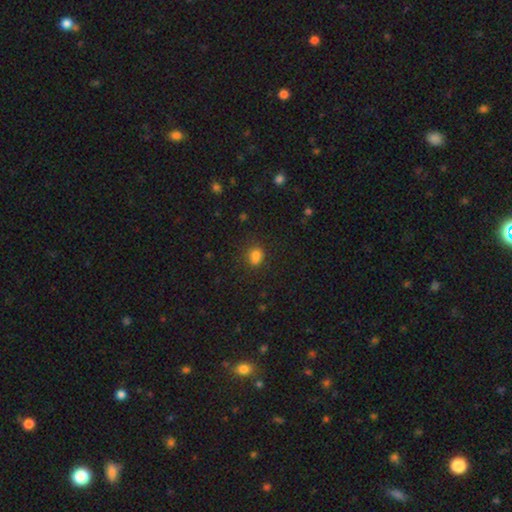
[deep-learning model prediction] The model was most divided on "merging": none: 48%, merger: 31%, minor disturbance: 15%, major disturbance: 6%. More confident: smooth or featured — smooth (76%); how rounded — round (63%).